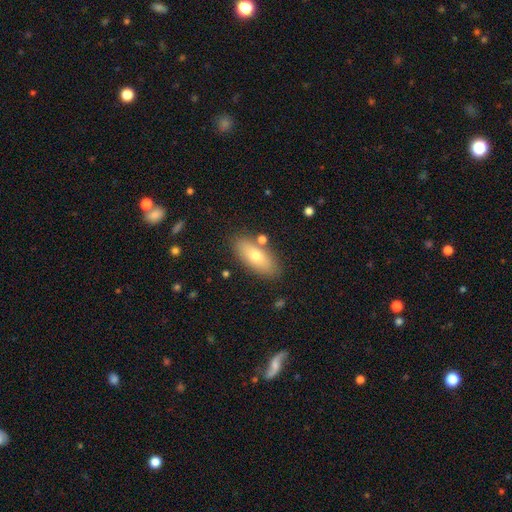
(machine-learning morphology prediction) type=smooth (69%); roundness=in between (80%); merging=none (82%).